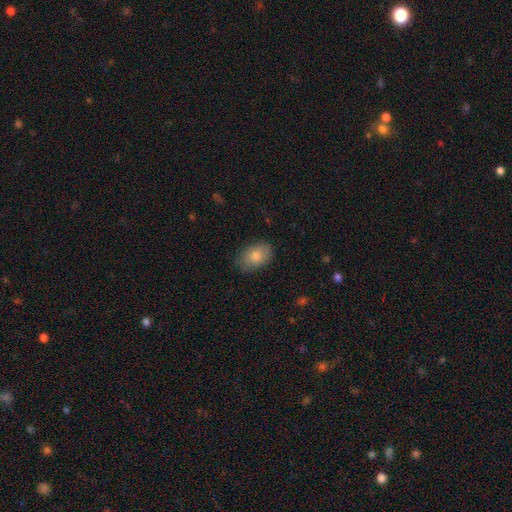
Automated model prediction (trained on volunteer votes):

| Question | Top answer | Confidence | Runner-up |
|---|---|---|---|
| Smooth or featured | smooth | 81% | featured or disk (12%) |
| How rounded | in between | 86% | round (13%) |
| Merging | none | 83% | minor disturbance (14%) |